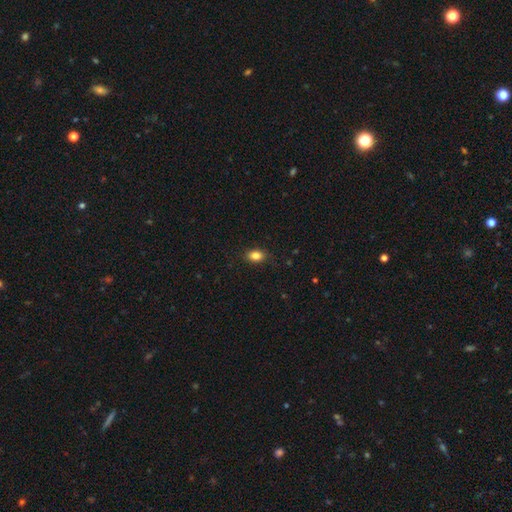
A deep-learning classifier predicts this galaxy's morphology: smooth 84%, star or artifact 10%, featured or disk 6%. Down the decision tree: how rounded — in between (79%); merging — none (84%).